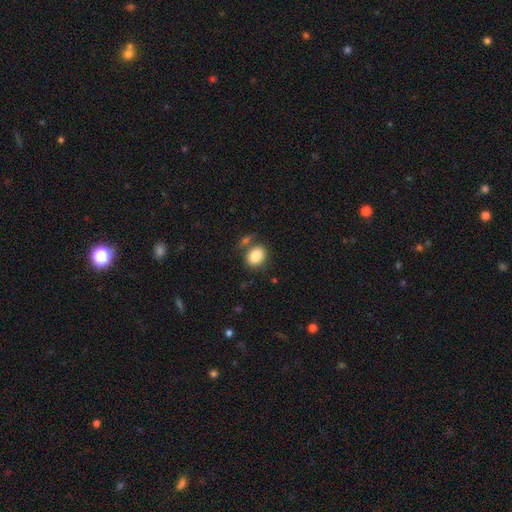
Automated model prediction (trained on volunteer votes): A smooth galaxy with no disk features (85%) that is in between round and cigar-shaped (61%).

Vote fractions:
- Smooth or featured? smooth: 85% / star or artifact: 8% / featured or disk: 7%
- How rounded? in between: 61% / round: 38% / cigar-shaped: 1%
- Merging? none: 67% / merger: 15% / minor disturbance: 13% / major disturbance: 5%